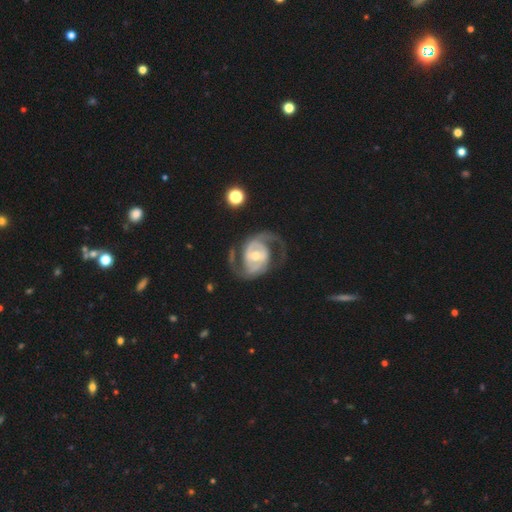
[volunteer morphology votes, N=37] This appears to be a featured or disk galaxy (84%) with a weak bar (45%), 2 (83%) medium (57%) spiral arms (97%) and a moderate central bulge (48%). Merging: none (74%).